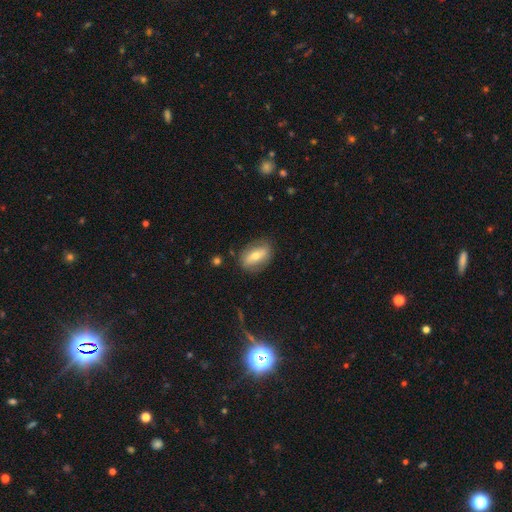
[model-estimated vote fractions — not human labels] Smooth or featured: smooth — 51% (featured or disk — 42%)
How rounded: in between — 78% (cigar-shaped — 11%)
Merging: none — 81% (minor disturbance — 14%)